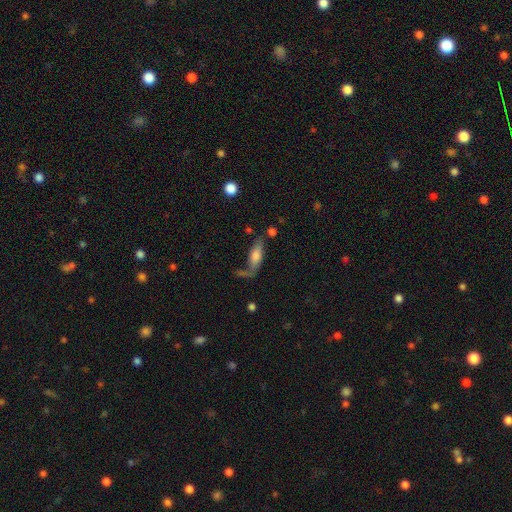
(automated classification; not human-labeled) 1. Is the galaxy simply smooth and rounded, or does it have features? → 58% smooth, 34% featured or disk, 8% star or artifact.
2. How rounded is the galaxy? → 63% in between, 34% cigar-shaped, 4% round.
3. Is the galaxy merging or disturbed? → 48% none, 22% minor disturbance, 17% major disturbance, 13% merger.